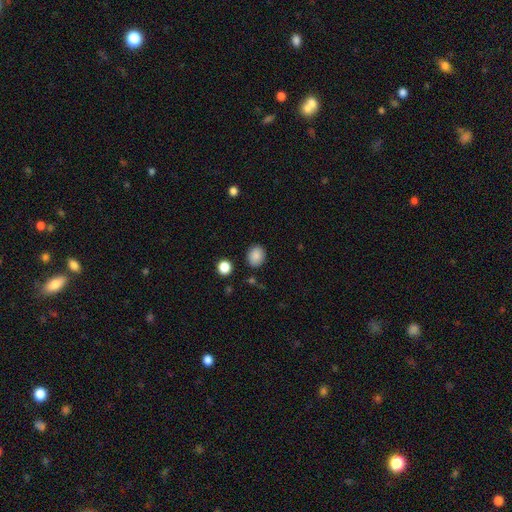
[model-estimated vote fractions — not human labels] Morphology: type=smooth (87%); roundness=round (50%); merging=none (85%).